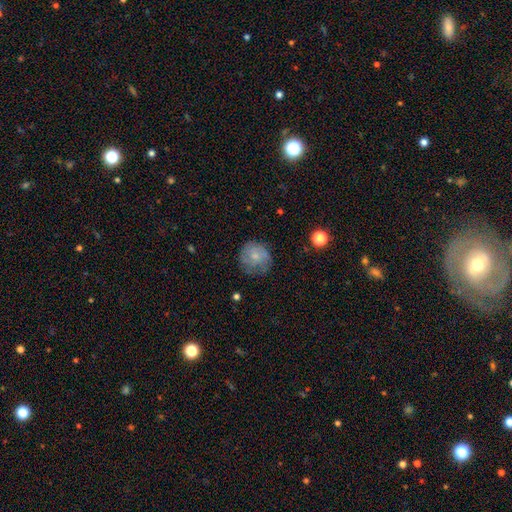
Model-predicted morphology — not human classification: Q: Smooth or featured?
A: smooth (63%); runner-up: featured or disk (28%)
Q: How rounded?
A: round (88%); runner-up: in between (11%)
Q: Merging?
A: none (65%); runner-up: minor disturbance (24%)